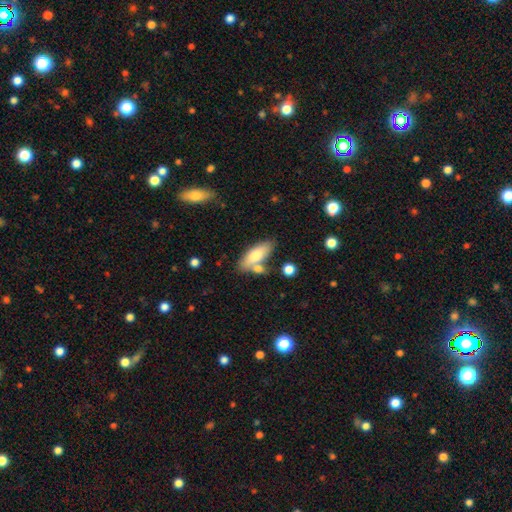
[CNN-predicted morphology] A smooth galaxy with no disk features (74%) that is in between round and cigar-shaped (72%). Merging: none (60%).